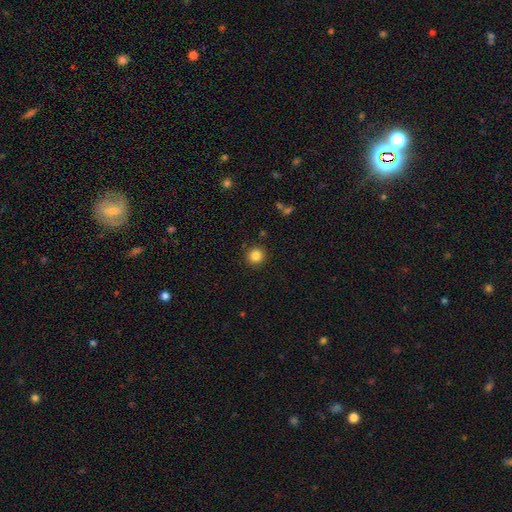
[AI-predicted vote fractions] Q: Smooth or featured?
A: smooth (84%); runner-up: star or artifact (11%)
Q: How rounded?
A: round (95%); runner-up: in between (4%)
Q: Merging?
A: none (91%); runner-up: minor disturbance (5%)